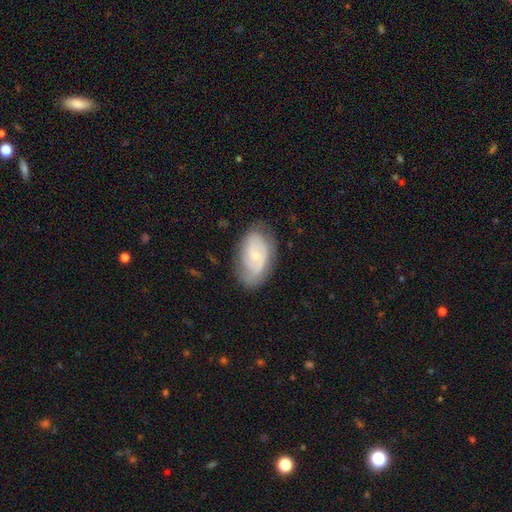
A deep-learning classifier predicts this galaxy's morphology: Q: Smooth or featured?
A: featured or disk (67%); runner-up: smooth (26%)
Q: Edge-on disk?
A: no (96%); runner-up: yes (4%)
Q: Bar?
A: no (66%); runner-up: weak (29%)
Q: Spiral arms?
A: yes (86%); runner-up: no (14%)
Q: Spiral winding?
A: tight (50%); runner-up: medium (36%)
Q: Spiral arm count?
A: 2 (49%); runner-up: can't tell (30%)
Q: Bulge size?
A: small (72%); runner-up: moderate (23%)
Q: Merging?
A: none (72%); runner-up: minor disturbance (20%)